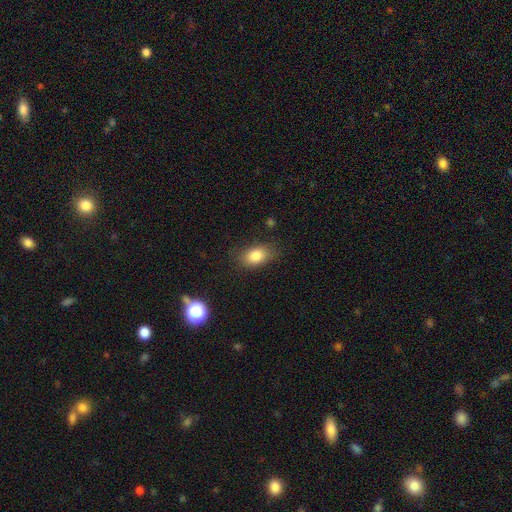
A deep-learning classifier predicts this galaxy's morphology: This is clearly a smooth galaxy (83%). How rounded: clearly in between (84%). Merging: likely none (80%).